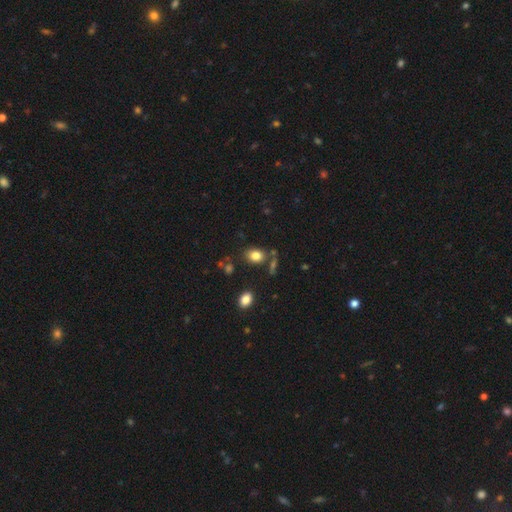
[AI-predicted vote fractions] Smooth or featured: smooth — 82% (star or artifact — 11%)
How rounded: in between — 67% (round — 31%)
Merging: none — 74% (minor disturbance — 13%)